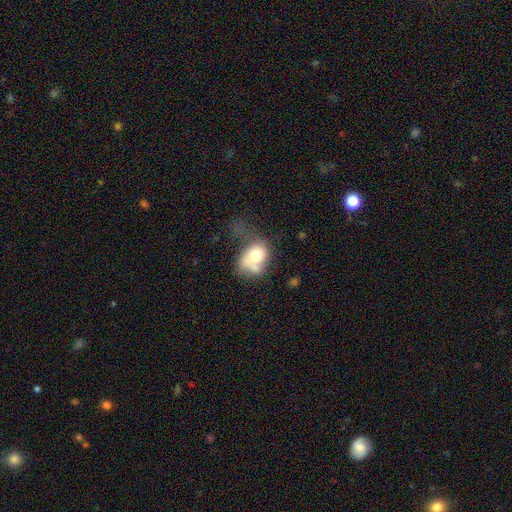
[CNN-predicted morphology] The model was most divided on "merging" (2-way tie): major disturbance: 30%, merger: 30%, minor disturbance: 20%, none: 19%. More confident: smooth or featured — smooth (65%); how rounded — in between (57%).